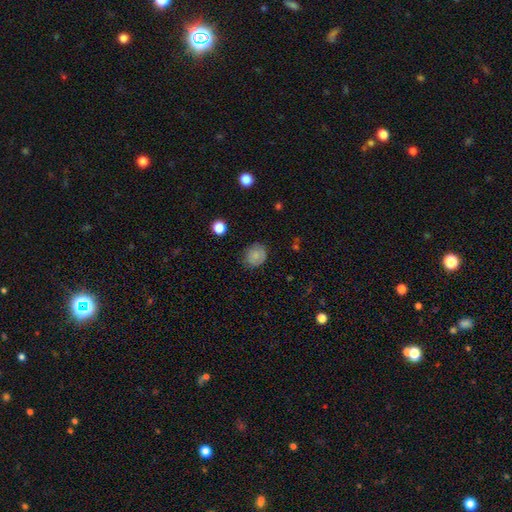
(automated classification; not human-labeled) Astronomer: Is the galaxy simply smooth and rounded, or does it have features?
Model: smooth — 75%.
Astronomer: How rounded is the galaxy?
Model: round — 69%.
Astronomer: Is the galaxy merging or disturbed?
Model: none — 76%.